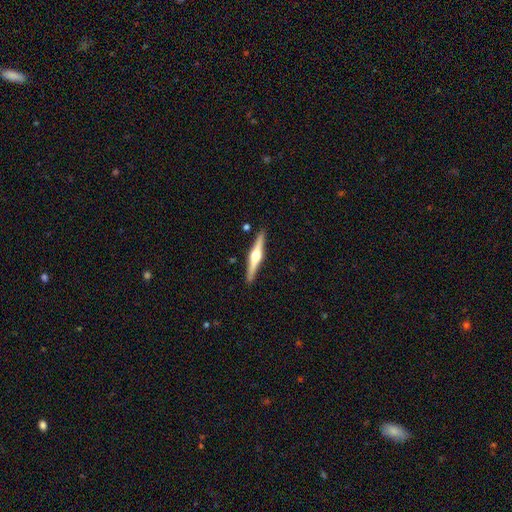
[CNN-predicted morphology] Smooth or featured: featured or disk — 79% (smooth — 17%)
Edge-on disk: yes — 98% (no — 2%)
Edge-on bulge: rounded — 95% (boxy — 3%)
Merging: none — 91% (minor disturbance — 6%)